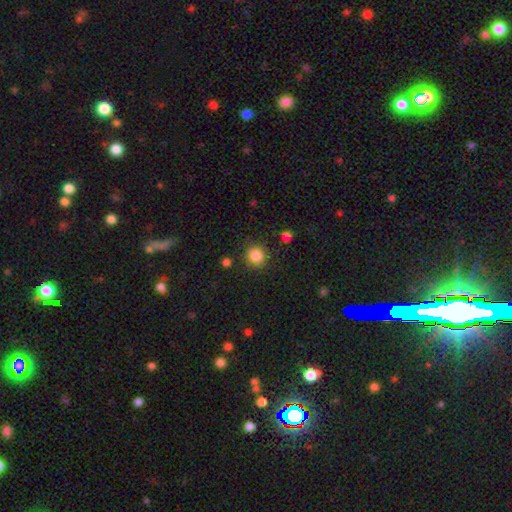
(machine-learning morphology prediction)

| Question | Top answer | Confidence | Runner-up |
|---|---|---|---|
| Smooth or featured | smooth | 84% | star or artifact (11%) |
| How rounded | round | 91% | in between (8%) |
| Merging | none | 86% | minor disturbance (9%) |